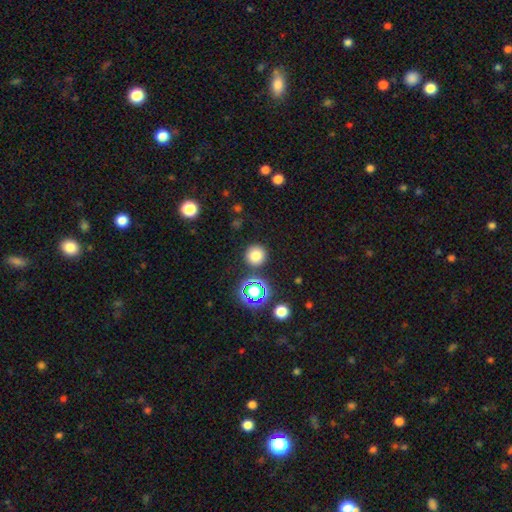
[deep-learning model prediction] A smooth galaxy with no disk features (76%) that is round (94%). Merging: none (87%).